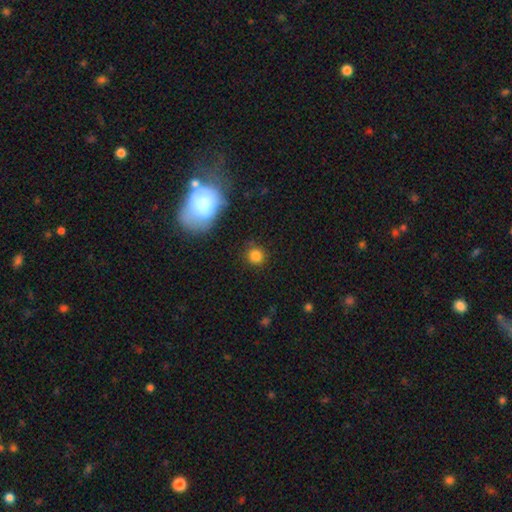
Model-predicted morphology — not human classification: This appears to be a smooth galaxy with no disk features (82%) that is round (88%). Merging: none (87%).